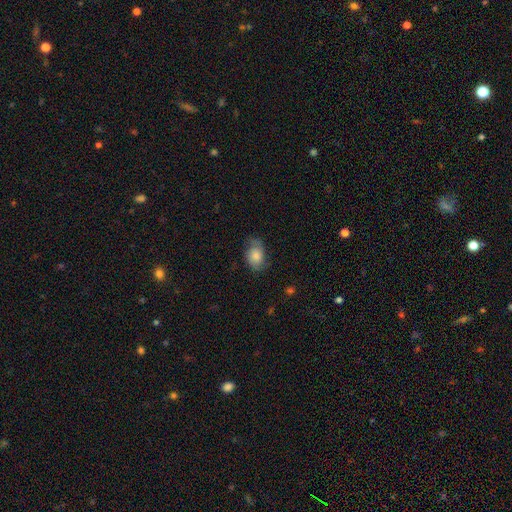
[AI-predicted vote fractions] Smooth or featured: smooth — 66% (featured or disk — 26%)
How rounded: in between — 77% (round — 22%)
Merging: none — 60% (minor disturbance — 28%)